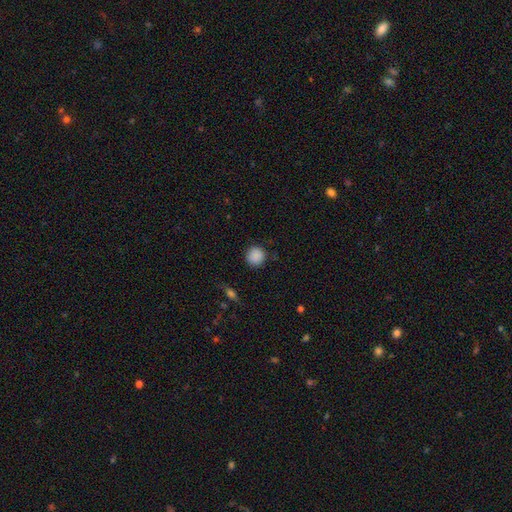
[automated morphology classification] smooth-or-featured: smooth: 88% | star or artifact: 9% | featured or disk: 3%
  how-rounded: round: 92% | in between: 7% | cigar-shaped: 1%
  merging: none: 87% | minor disturbance: 9% | major disturbance: 3% | merger: 1%